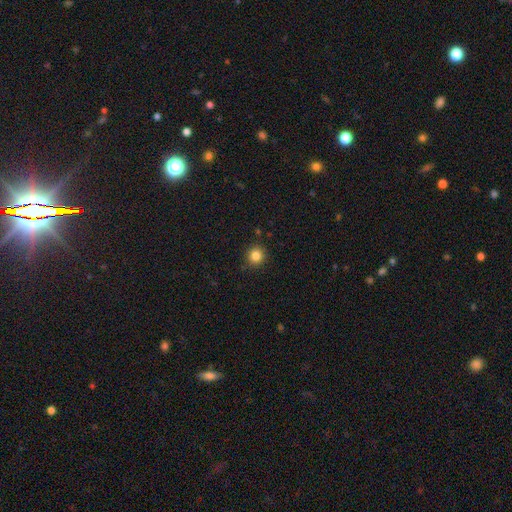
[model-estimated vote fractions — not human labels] smooth_or_featured: smooth (p=0.84) [alt: star or artifact p=0.12]
how_rounded: round (p=0.93) [alt: in between p=0.06]
merging: none (p=0.91) [alt: minor disturbance p=0.06]